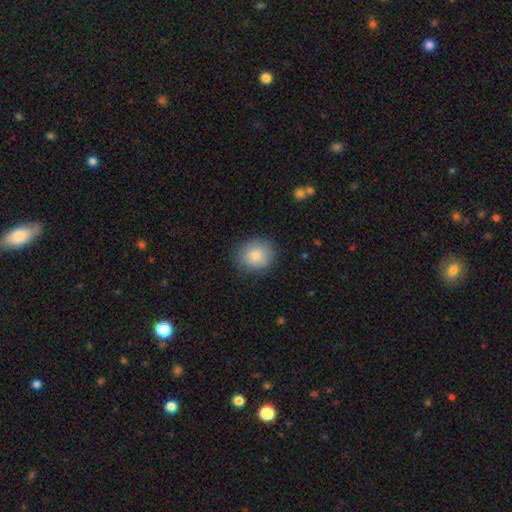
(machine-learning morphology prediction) A smooth galaxy with no disk features (85%) that is round (73%).

Vote fractions:
- Smooth or featured? smooth: 85% / star or artifact: 7% / featured or disk: 7%
- How rounded? round: 73% / in between: 26% / cigar-shaped: 1%
- Merging? none: 83% / minor disturbance: 13% / major disturbance: 3% / merger: 1%